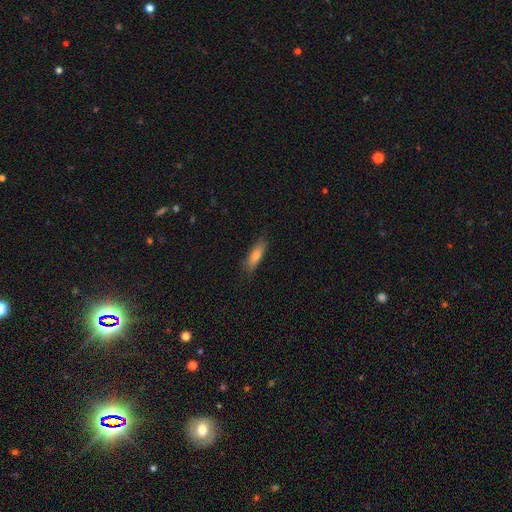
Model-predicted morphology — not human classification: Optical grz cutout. It shows a smooth galaxy with no disk features (72%) that is cigar-shaped (57%). Merging: none (83%).